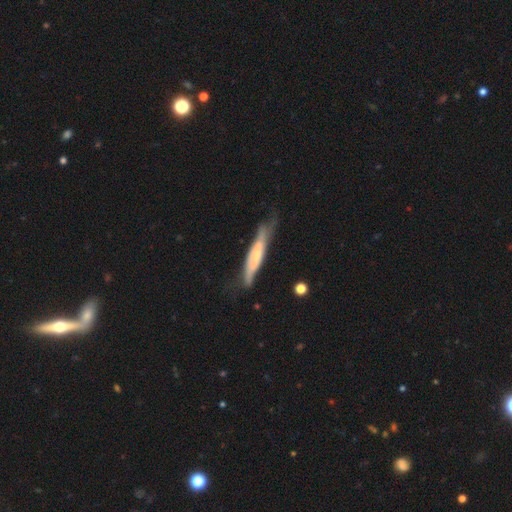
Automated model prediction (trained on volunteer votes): featured or disk 56%, smooth 39%, star or artifact 6%. Down the decision tree: edge-on disk — yes (66%); merging — none (51%).